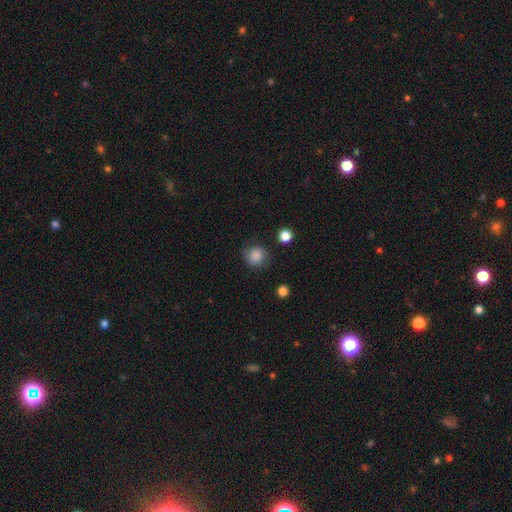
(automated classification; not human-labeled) Smooth or featured?
  - smooth: 84% *
  - star or artifact: 10%
  - featured or disk: 6%
How rounded?
  - round: 90% *
  - in between: 9%
  - cigar-shaped: 1%
Merging?
  - none: 81% *
  - minor disturbance: 13%
  - major disturbance: 4%
  - merger: 2%